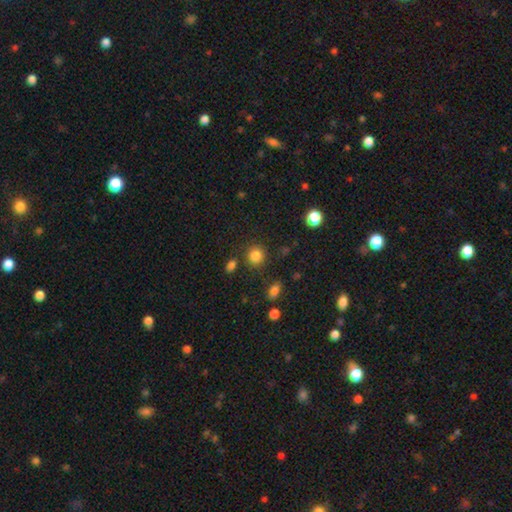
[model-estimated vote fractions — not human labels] smooth-or-featured: smooth: 84% | star or artifact: 12% | featured or disk: 4%
  how-rounded: round: 88% | in between: 11% | cigar-shaped: 1%
  merging: none: 84% | minor disturbance: 8% | merger: 5% | major disturbance: 3%